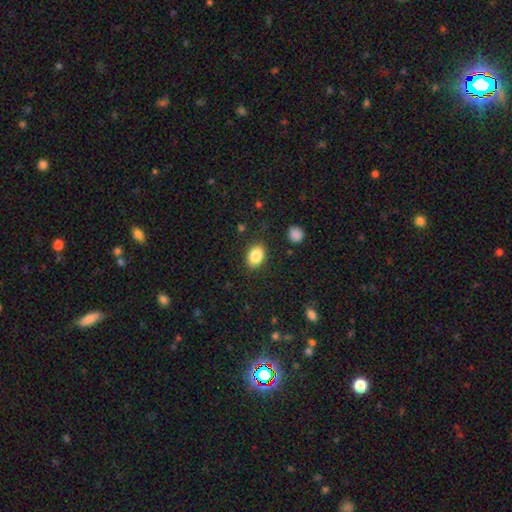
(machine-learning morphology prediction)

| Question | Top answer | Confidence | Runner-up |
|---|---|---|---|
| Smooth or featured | smooth | 85% | star or artifact (8%) |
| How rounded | in between | 78% | round (21%) |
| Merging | none | 86% | minor disturbance (10%) |